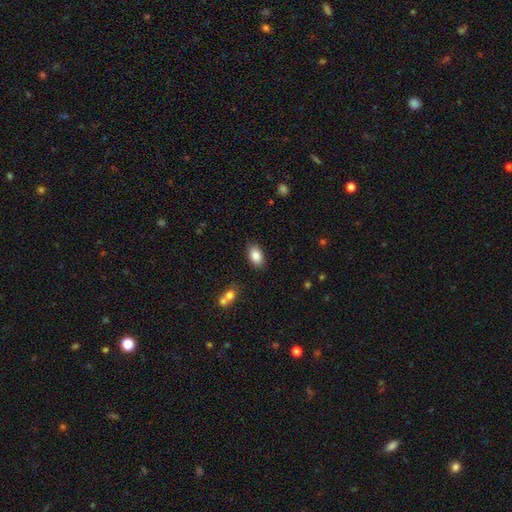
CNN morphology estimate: smooth_or_featured: smooth (p=0.86) [alt: star or artifact p=0.07]
how_rounded: in between (p=0.92) [alt: round p=0.07]
merging: none (p=0.87) [alt: minor disturbance p=0.09]